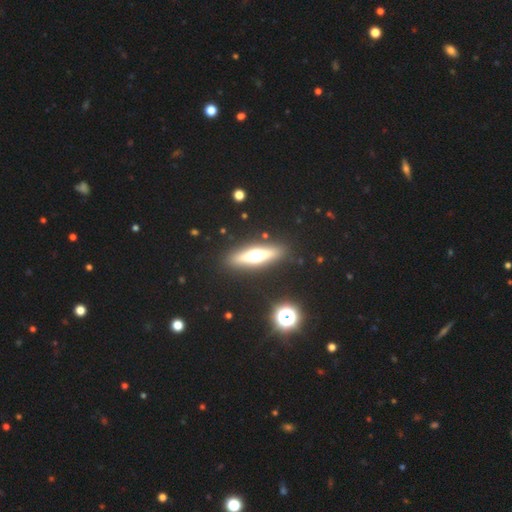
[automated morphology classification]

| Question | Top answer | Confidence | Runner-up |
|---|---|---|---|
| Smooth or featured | featured or disk | 62% | smooth (28%) |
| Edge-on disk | yes | 93% | no (7%) |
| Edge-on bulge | rounded | 93% | boxy (5%) |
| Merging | none | 88% | minor disturbance (8%) |